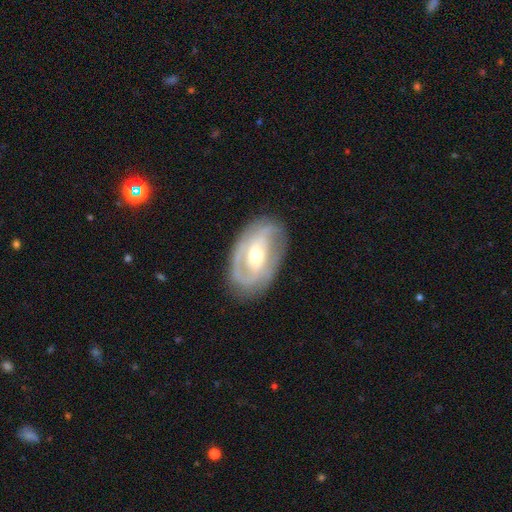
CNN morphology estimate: featured or disk 82%, smooth 13%, star or artifact 5%. Down the decision tree: edge-on disk — no (95%); bar — weak (40%); spiral arms — yes (87%); spiral arm count — 2 (66%); spiral winding — medium (42%); bulge size — moderate (58%); merging — none (78%).